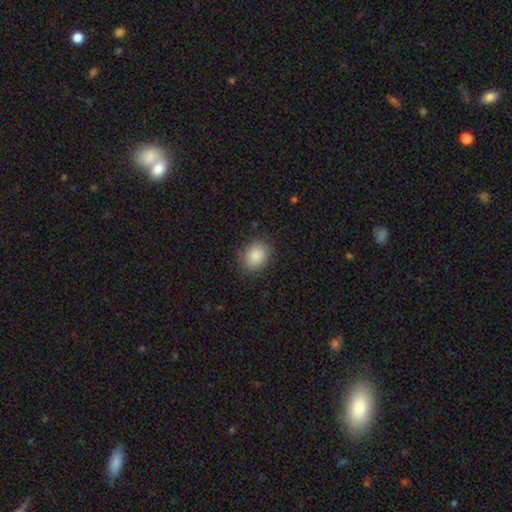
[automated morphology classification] smooth_or_featured: smooth (p=0.87) [alt: star or artifact p=0.08]
how_rounded: round (p=0.53) [alt: in between p=0.46]
merging: none (p=0.83) [alt: minor disturbance p=0.13]